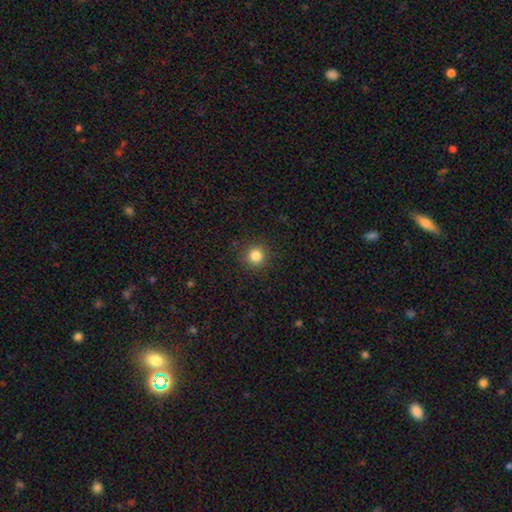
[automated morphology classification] Smooth or featured: smooth — 84% (star or artifact — 12%)
How rounded: round — 94% (in between — 5%)
Merging: none — 90% (minor disturbance — 6%)